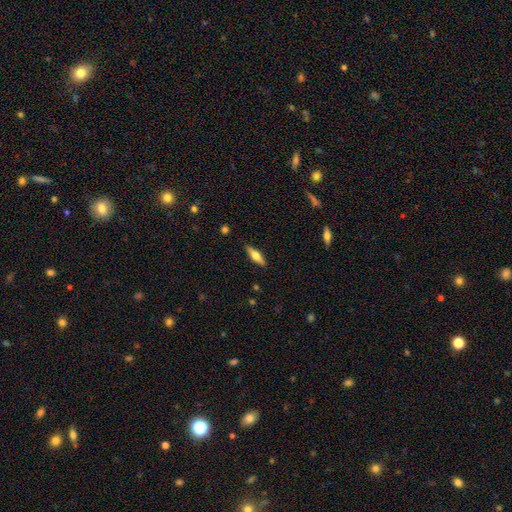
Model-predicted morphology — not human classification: smooth_or_featured: smooth (p=0.48) [alt: featured or disk p=0.46]
merging: none (p=0.88) [alt: minor disturbance p=0.09]